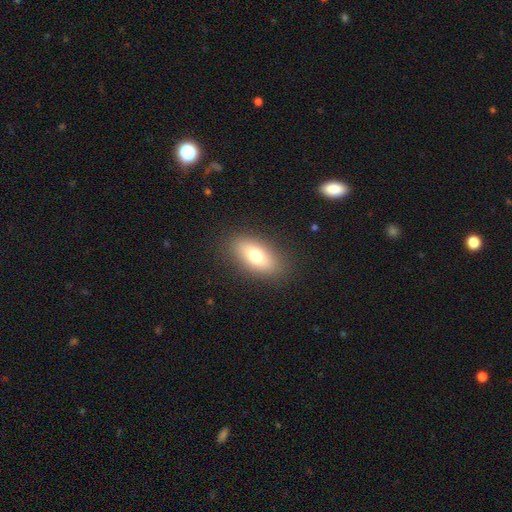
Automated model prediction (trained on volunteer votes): Overall: smooth (73%). How rounded: in between (85%). Merging: none (87%).